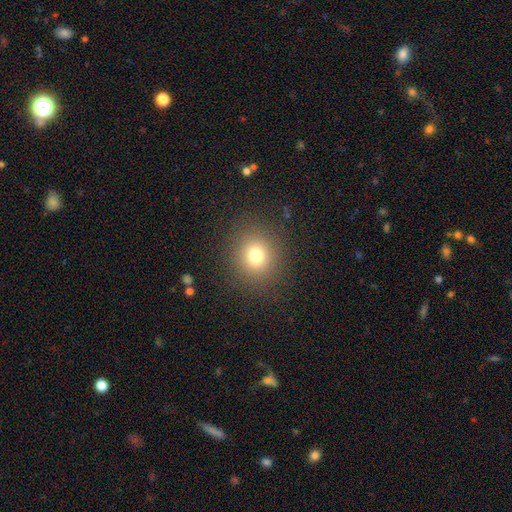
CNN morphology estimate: A smooth galaxy with no disk features (75%) that is round (86%).

Vote fractions:
- Smooth or featured? smooth: 75% / star or artifact: 16% / featured or disk: 9%
- How rounded? round: 86% / in between: 13% / cigar-shaped: 1%
- Merging? none: 88% / minor disturbance: 7% / major disturbance: 4% / merger: 1%